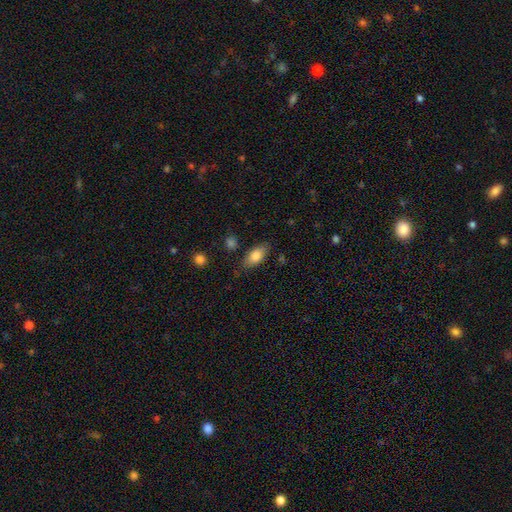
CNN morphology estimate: Q: Smooth or featured?
A: smooth (81%); runner-up: featured or disk (12%)
Q: How rounded?
A: in between (88%); runner-up: cigar-shaped (8%)
Q: Merging?
A: none (78%); runner-up: minor disturbance (15%)